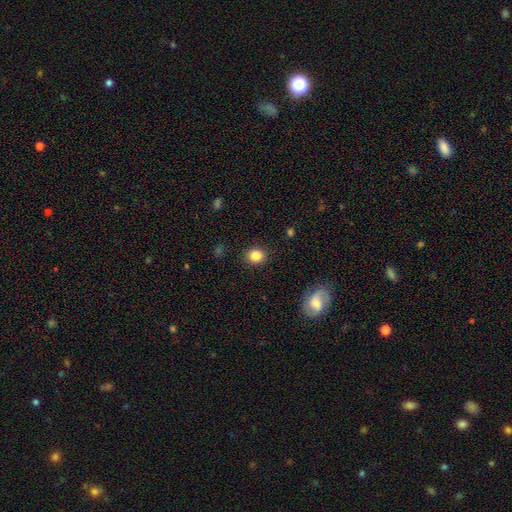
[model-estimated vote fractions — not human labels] Smooth or featured?
  - smooth: 85% *
  - star or artifact: 10%
  - featured or disk: 5%
How rounded?
  - round: 70% *
  - in between: 29%
  - cigar-shaped: 1%
Merging?
  - none: 89% *
  - minor disturbance: 7%
  - major disturbance: 2%
  - merger: 1%